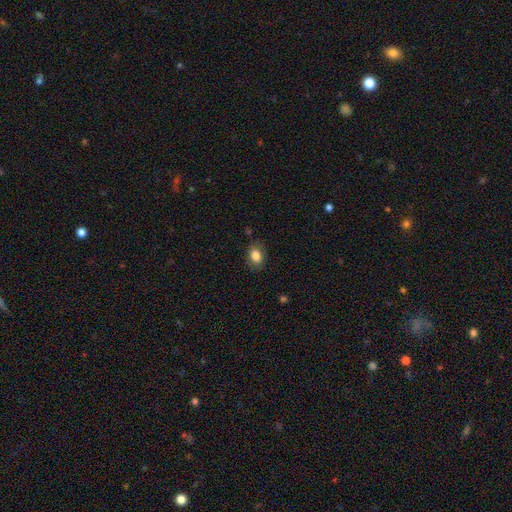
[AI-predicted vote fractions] Morphology: type=smooth (83%); roundness=in between (76%); merging=none (81%).